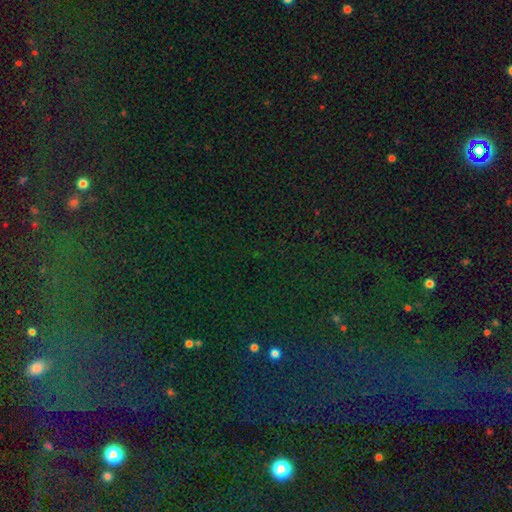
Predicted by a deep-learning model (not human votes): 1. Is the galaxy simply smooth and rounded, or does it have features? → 78% star or artifact, 14% smooth, 9% featured or disk.